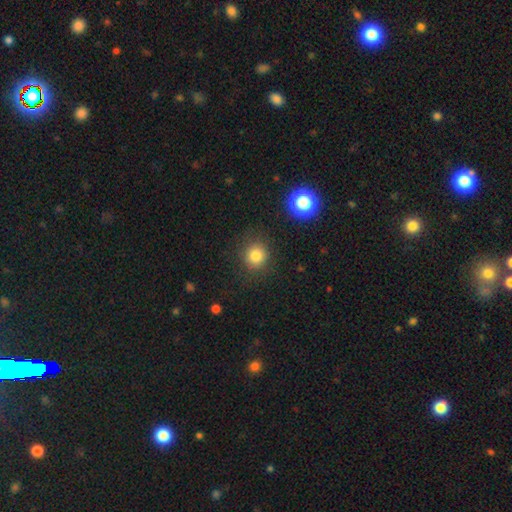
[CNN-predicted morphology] A smooth galaxy with no disk features (80%) that is round (89%). Merging: none (86%).